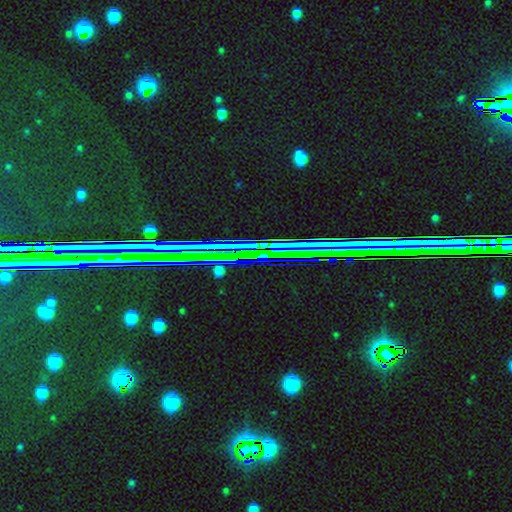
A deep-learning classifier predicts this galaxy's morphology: star or artifact 80%, featured or disk 11%, smooth 9%.